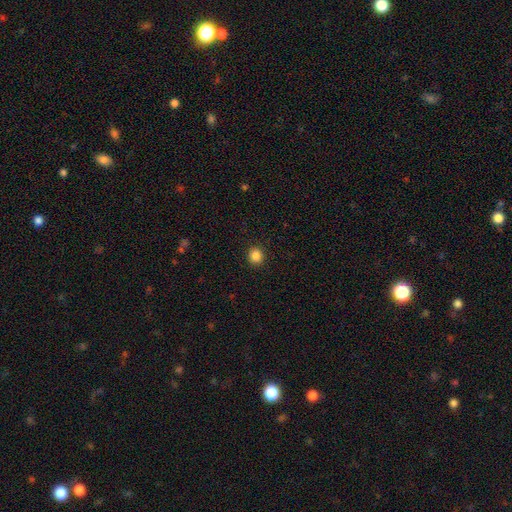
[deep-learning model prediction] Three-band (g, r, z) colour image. It shows a smooth galaxy with no disk features (86%) that is round (89%). Merging: none (92%).